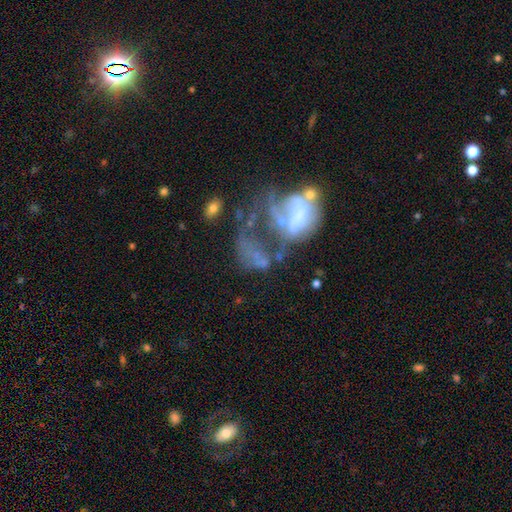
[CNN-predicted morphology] This appears to be a featured or disk galaxy (57%) with no bar (80%), no spiral arms (85%) and no central bulge (64%). Merging: major disturbance (41%).